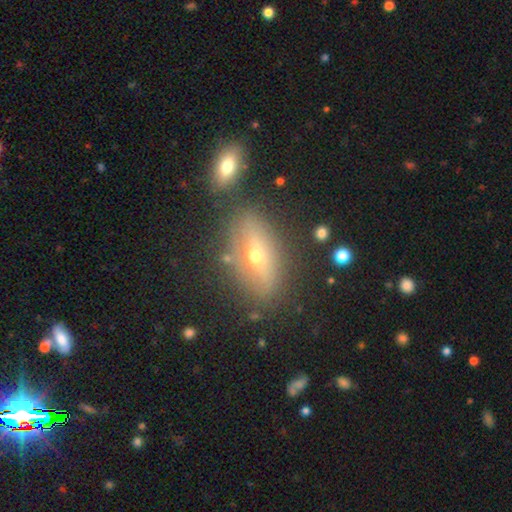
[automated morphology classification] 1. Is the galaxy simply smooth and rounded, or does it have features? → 49% featured or disk, 38% smooth, 13% star or artifact.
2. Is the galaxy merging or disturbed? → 75% none, 13% minor disturbance, 7% merger, 5% major disturbance.